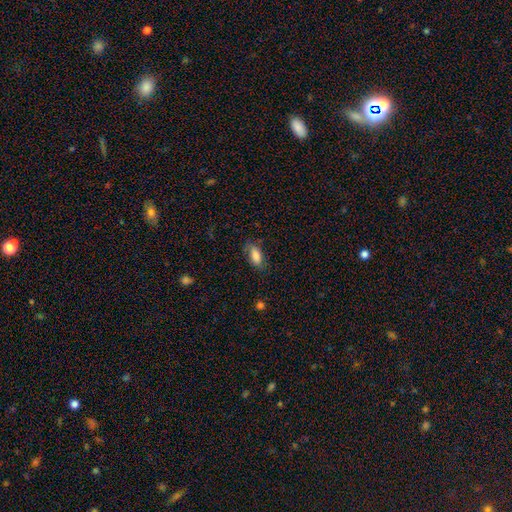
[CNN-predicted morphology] Q: Smooth or featured?
A: smooth (82%); runner-up: featured or disk (11%)
Q: How rounded?
A: in between (87%); runner-up: cigar-shaped (10%)
Q: Merging?
A: none (75%); runner-up: minor disturbance (19%)